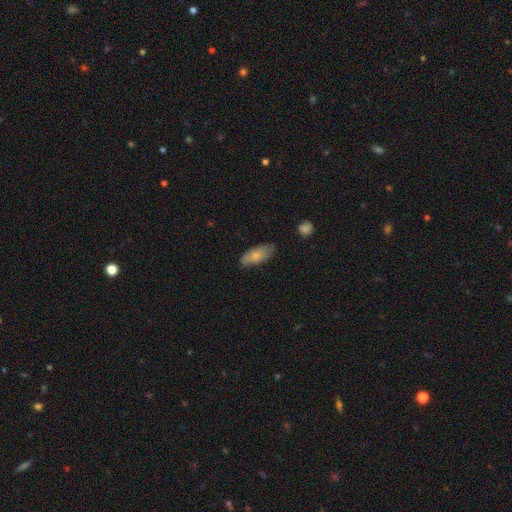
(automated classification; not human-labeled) This appears to be a smooth galaxy with no disk features (76%) that is in between round and cigar-shaped (83%). Merging: none (70%).